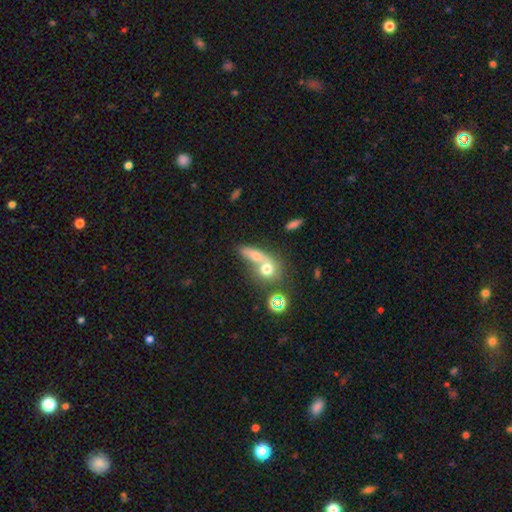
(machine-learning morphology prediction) Smooth or featured: smooth — 65% (featured or disk — 21%)
How rounded: in between — 42% (round — 38%)
Merging: merger — 58% (none — 28%)